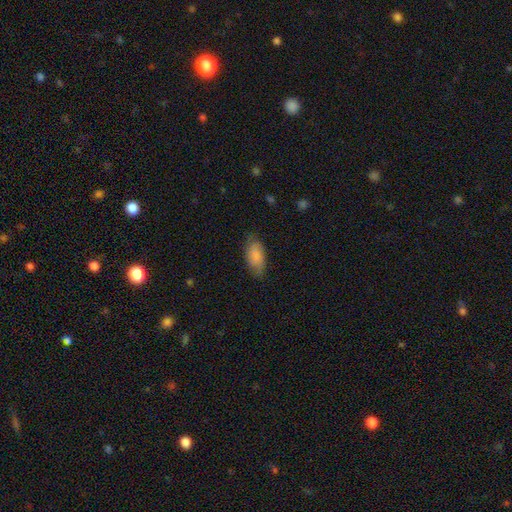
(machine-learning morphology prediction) Smooth or featured? Predicted: smooth (p=0.83). How rounded? Predicted: in between (p=0.89). Merging? Predicted: none (p=0.73).